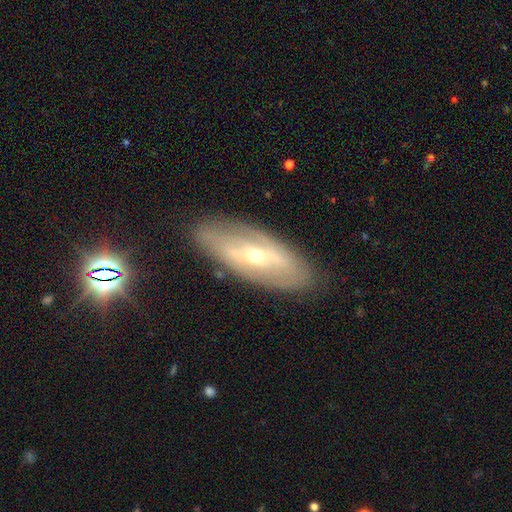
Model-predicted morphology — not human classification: Smooth or featured? Predicted: featured or disk (p=0.71). Edge-on disk? Predicted: no (p=0.80). Bar? Predicted: weak (p=0.34, tied with strong). Spiral arms? Predicted: yes (p=0.55). Bulge size? Predicted: small (p=0.57). Merging? Predicted: none (p=0.83).